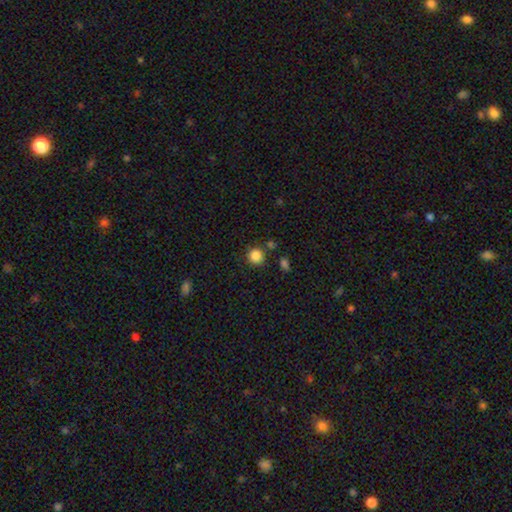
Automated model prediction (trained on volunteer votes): This is clearly a smooth galaxy (86%). How rounded: clearly round (92%). Merging: clearly none (83%).